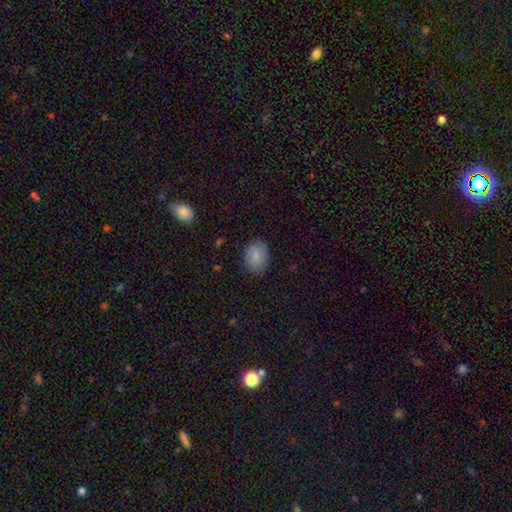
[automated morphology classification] The model was most divided on "how rounded": in between: 61%, round: 38%, cigar-shaped: 1%. More confident: smooth or featured — smooth (84%); merging — none (83%).